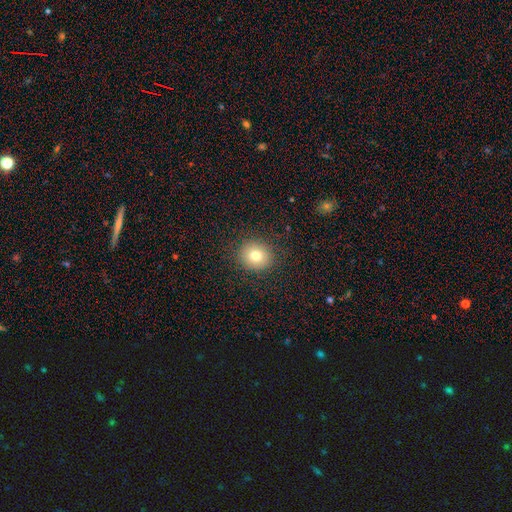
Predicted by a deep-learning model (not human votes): Smooth or featured: smooth — 78% (star or artifact — 12%)
How rounded: round — 84% (in between — 15%)
Merging: none — 89% (minor disturbance — 7%)